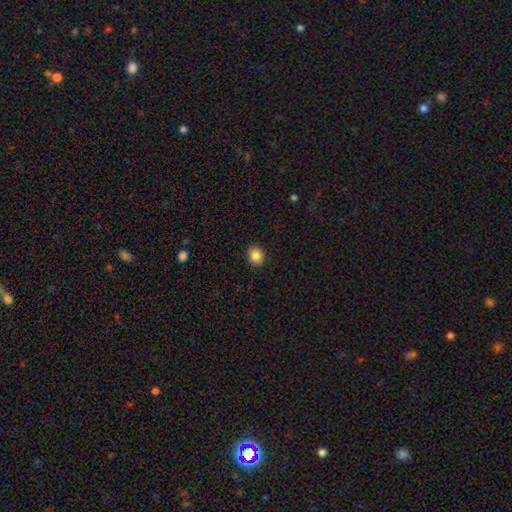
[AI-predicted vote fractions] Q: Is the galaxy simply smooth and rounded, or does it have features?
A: smooth — 85%.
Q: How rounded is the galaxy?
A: round — 67%.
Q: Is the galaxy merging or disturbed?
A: none — 90%.